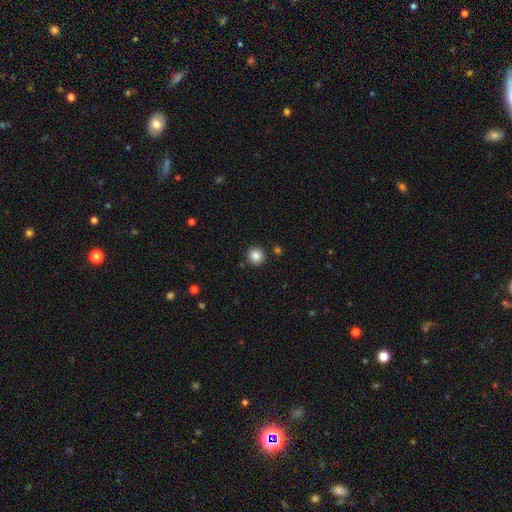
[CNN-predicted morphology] Smooth or featured: smooth — 86% (star or artifact — 10%)
How rounded: round — 93% (in between — 6%)
Merging: none — 90% (minor disturbance — 6%)